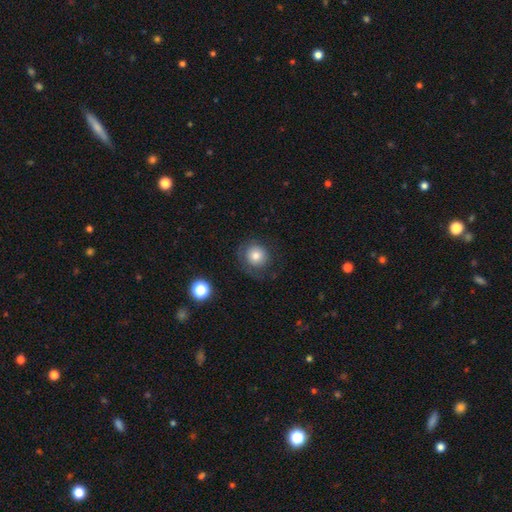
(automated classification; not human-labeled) Smooth or featured? smooth (74%)
How rounded? round (88%)
Merging? none (70%)